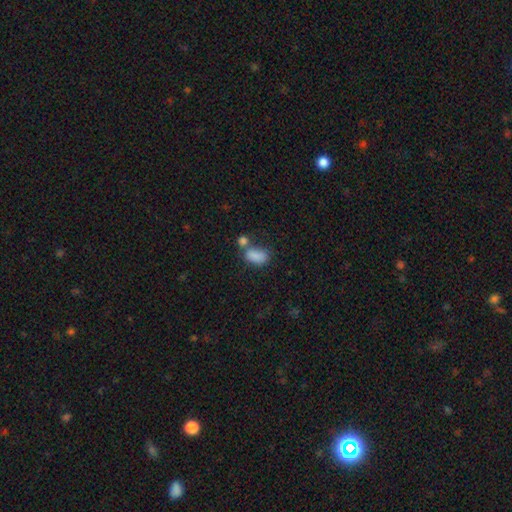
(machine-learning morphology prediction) type=smooth (84%); roundness=in between (90%); merging=none (38%, tied with merger).